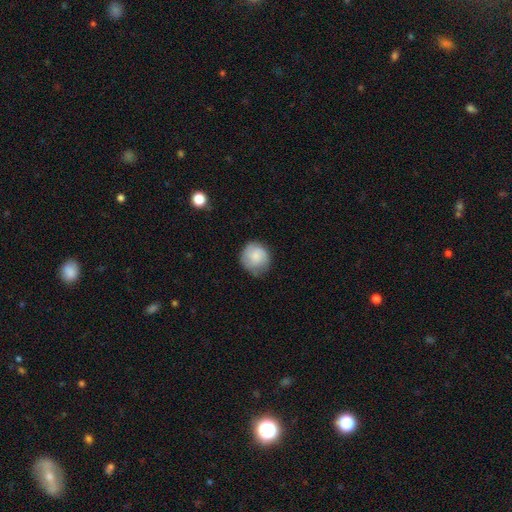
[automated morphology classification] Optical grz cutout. It shows a smooth galaxy with no disk features (68%) that is round (86%). Merging: none (69%).